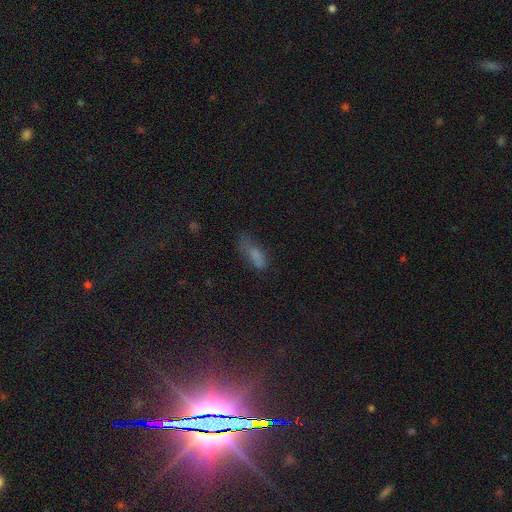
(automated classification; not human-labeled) This is likely a smooth galaxy (72%). How rounded: likely in between (61%). Merging: marginally none (42%).